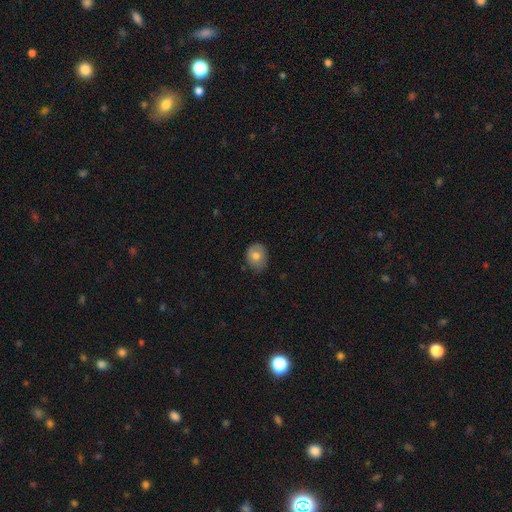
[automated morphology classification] smooth 74%, featured or disk 17%, star or artifact 9%. Down the decision tree: how rounded — round (53%); merging — none (69%).